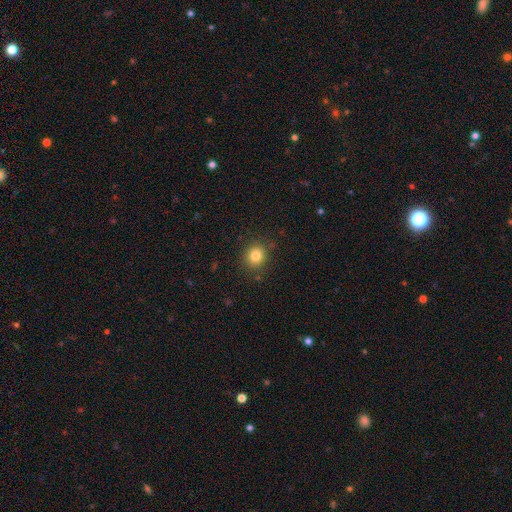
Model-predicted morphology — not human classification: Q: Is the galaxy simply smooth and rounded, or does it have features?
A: smooth — 82%.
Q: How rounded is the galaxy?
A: round — 83%.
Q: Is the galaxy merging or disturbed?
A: none — 87%.